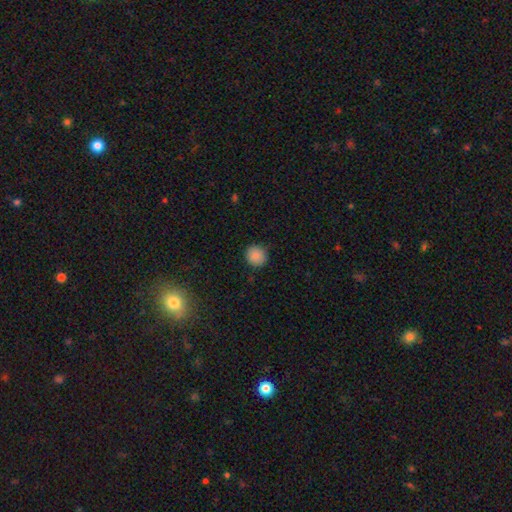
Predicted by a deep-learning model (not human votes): Smooth or featured?
  - smooth: 87% *
  - star or artifact: 9%
  - featured or disk: 4%
How rounded?
  - round: 91% *
  - in between: 8%
  - cigar-shaped: 1%
Merging?
  - none: 88% *
  - minor disturbance: 9%
  - major disturbance: 2%
  - merger: 1%